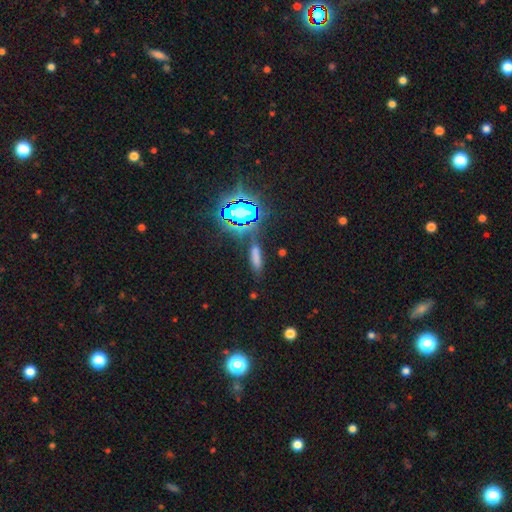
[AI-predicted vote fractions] Smooth or featured? Predicted: smooth (p=0.62). How rounded? Predicted: cigar-shaped (p=0.58). Merging? Predicted: none (p=0.73).